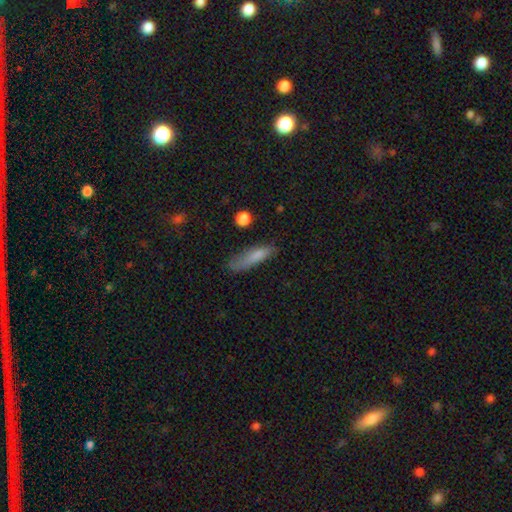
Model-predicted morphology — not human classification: Q: Smooth or featured?
A: smooth (79%); runner-up: featured or disk (13%)
Q: How rounded?
A: cigar-shaped (69%); runner-up: in between (29%)
Q: Merging?
A: none (58%); runner-up: minor disturbance (29%)